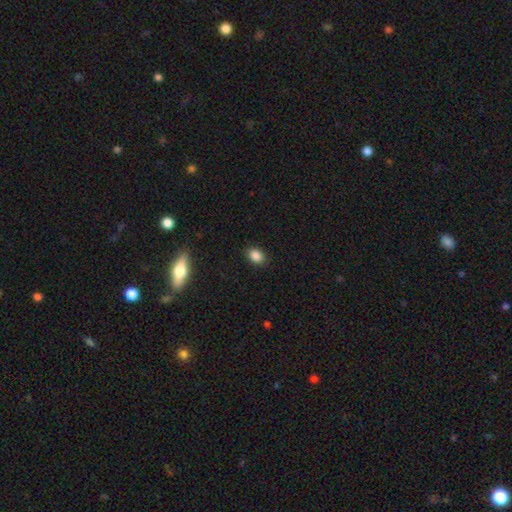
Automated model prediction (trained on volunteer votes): smooth_or_featured: smooth (p=0.87) [alt: star or artifact p=0.10]
how_rounded: in between (p=0.68) [alt: round p=0.30]
merging: none (p=0.88) [alt: minor disturbance p=0.09]